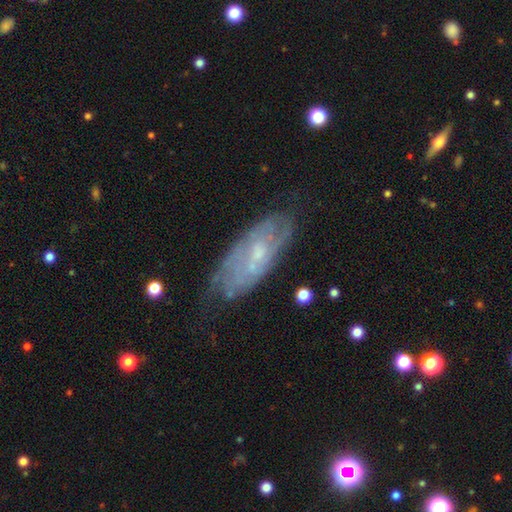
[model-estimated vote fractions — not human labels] smooth-or-featured: featured or disk: 69% | smooth: 24% | star or artifact: 7%
  disk-edge-on: no: 87% | yes: 13%
    bar: no: 60% | weak: 34% | strong: 6%
    has-spiral-arms: yes: 76% | no: 24%
    bulge-size: small: 60% | moderate: 28% | none: 9% | large: 1% | dominant: 1%
  merging: none: 61% | minor disturbance: 26% | major disturbance: 10% | merger: 3%